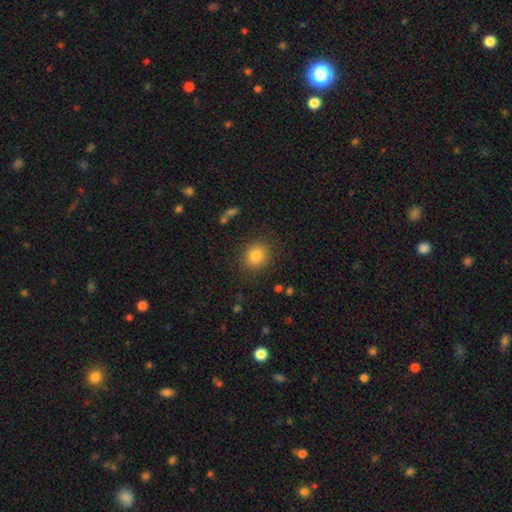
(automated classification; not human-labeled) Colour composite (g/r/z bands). It shows a smooth galaxy with no disk features (83%) that is round (79%). Merging: none (86%).